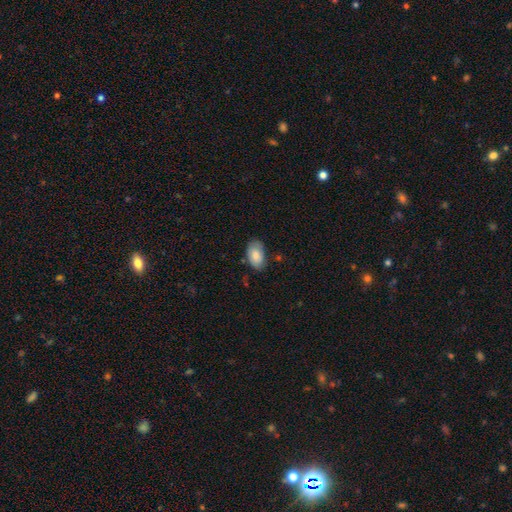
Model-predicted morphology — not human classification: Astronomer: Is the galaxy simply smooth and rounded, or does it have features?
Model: smooth — 80%.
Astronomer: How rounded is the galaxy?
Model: in between — 93%.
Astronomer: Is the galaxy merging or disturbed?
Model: none — 75%.